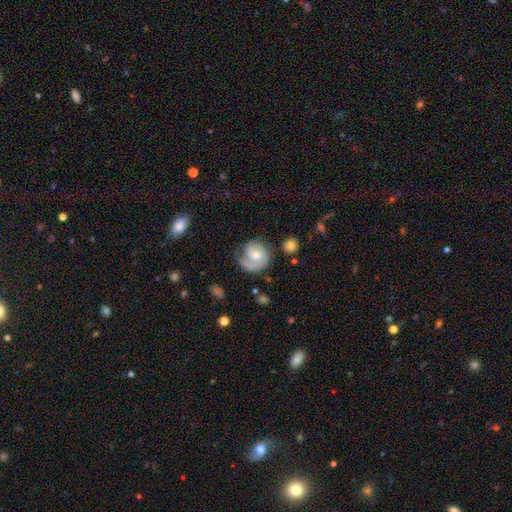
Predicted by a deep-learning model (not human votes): A featured or disk galaxy (67%) with no bar (69%), 1 (55%) tight (51%) spiral arms (88%) and a moderate central bulge (56%). Merging: none (56%).